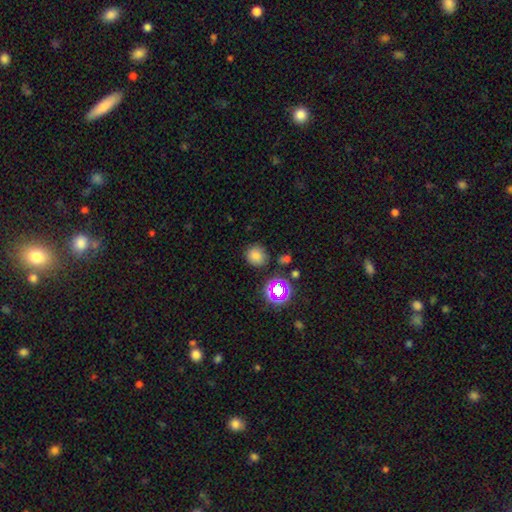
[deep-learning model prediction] A smooth galaxy with no disk features (74%) that is round (79%).

Vote fractions:
- Smooth or featured? smooth: 74% / star or artifact: 19% / featured or disk: 6%
- How rounded? round: 79% / in between: 19% / cigar-shaped: 1%
- Merging? none: 79% / minor disturbance: 12% / merger: 5% / major disturbance: 4%